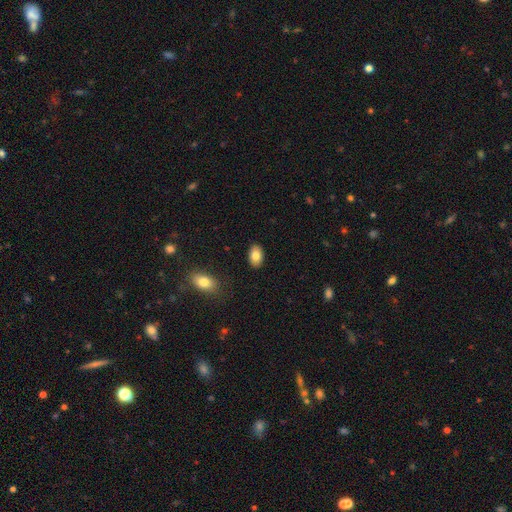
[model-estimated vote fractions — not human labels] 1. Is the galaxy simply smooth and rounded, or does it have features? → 82% smooth, 10% featured or disk, 8% star or artifact.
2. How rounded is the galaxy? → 91% in between, 8% round, 1% cigar-shaped.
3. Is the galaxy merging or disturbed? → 88% none, 8% minor disturbance, 2% major disturbance, 1% merger.